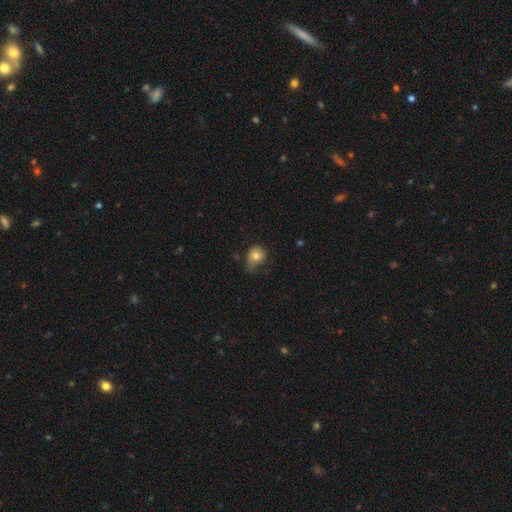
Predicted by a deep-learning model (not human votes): Smooth or featured?
  - smooth: 76% *
  - featured or disk: 15%
  - star or artifact: 9%
How rounded?
  - round: 68% *
  - in between: 31%
  - cigar-shaped: 1%
Merging?
  - none: 41% *
  - minor disturbance: 37%
  - major disturbance: 20%
  - merger: 3%